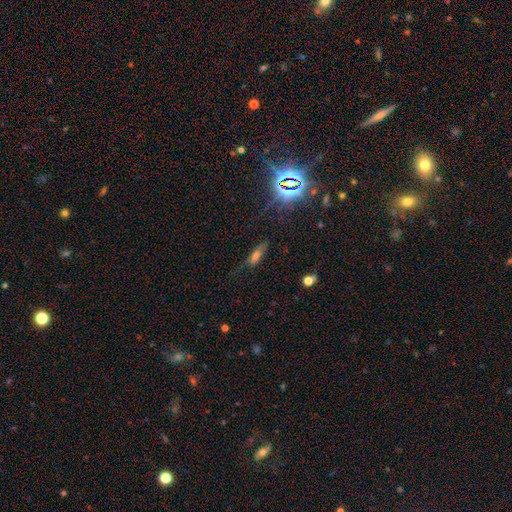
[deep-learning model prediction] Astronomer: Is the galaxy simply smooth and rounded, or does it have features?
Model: smooth — 49% (runner-up: star or artifact, 29%).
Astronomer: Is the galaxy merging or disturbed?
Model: none — 66%.